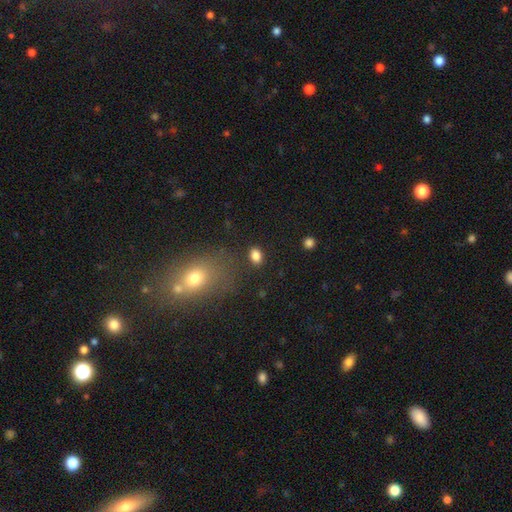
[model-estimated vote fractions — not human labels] Smooth or featured?
  - smooth: 84% *
  - star or artifact: 11%
  - featured or disk: 5%
How rounded?
  - in between: 77% *
  - round: 21%
  - cigar-shaped: 2%
Merging?
  - none: 85% *
  - minor disturbance: 9%
  - major disturbance: 3%
  - merger: 3%